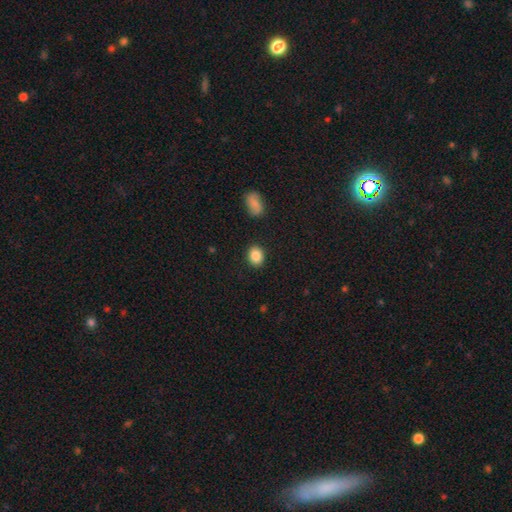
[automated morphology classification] Overall: smooth (87%). How rounded: in between (51%; round 48%). Merging: none (88%).